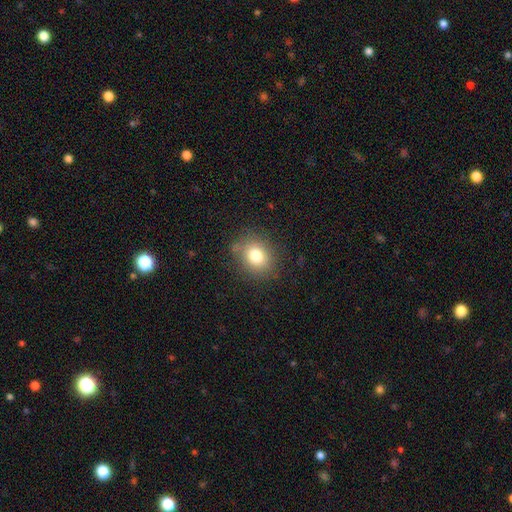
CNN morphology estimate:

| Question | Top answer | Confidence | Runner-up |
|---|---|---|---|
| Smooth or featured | smooth | 79% | star or artifact (12%) |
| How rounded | round | 62% | in between (37%) |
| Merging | none | 80% | minor disturbance (14%) |